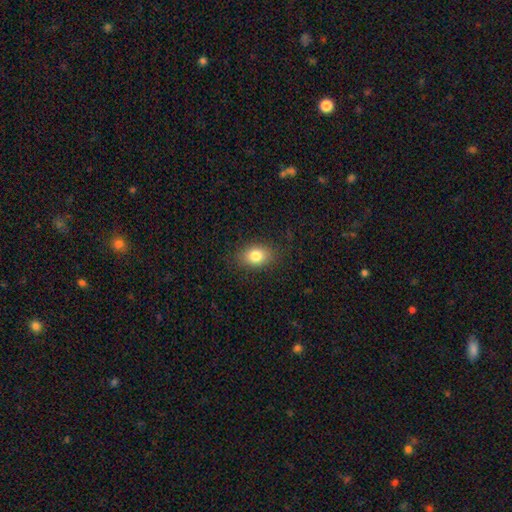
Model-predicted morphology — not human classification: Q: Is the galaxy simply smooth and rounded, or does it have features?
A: smooth — 81%.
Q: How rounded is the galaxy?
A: in between — 74%.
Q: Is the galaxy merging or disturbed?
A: none — 85%.